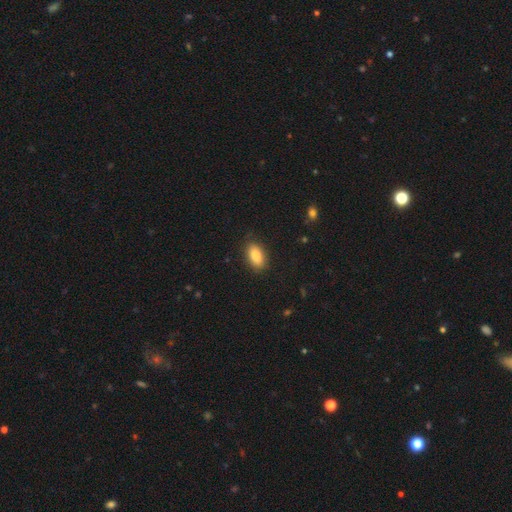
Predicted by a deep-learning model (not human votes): smooth-or-featured: smooth: 87% | star or artifact: 7% | featured or disk: 6%
  how-rounded: in between: 91% | cigar-shaped: 5% | round: 4%
  merging: none: 86% | minor disturbance: 11% | major disturbance: 3% | merger: 1%